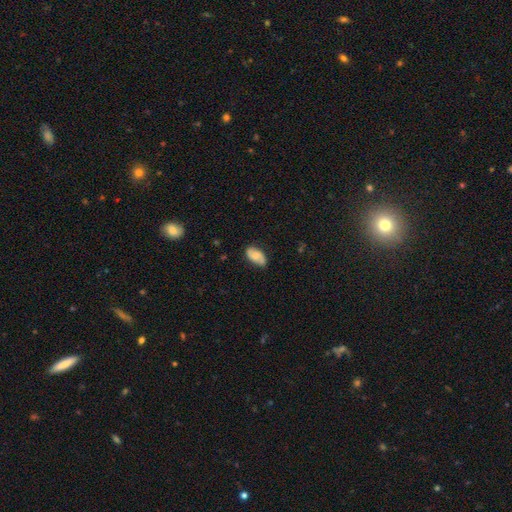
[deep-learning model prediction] Overall: smooth (57%; featured or disk 36%). How rounded: in between (93%). Merging: none (76%).